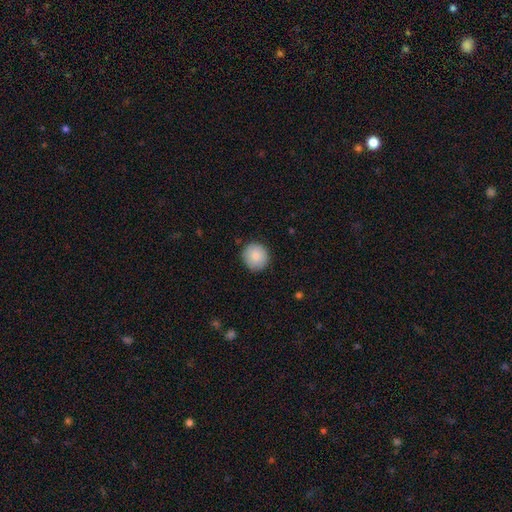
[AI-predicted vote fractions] This is clearly a smooth galaxy (83%). How rounded: clearly round (93%). Merging: clearly none (88%).